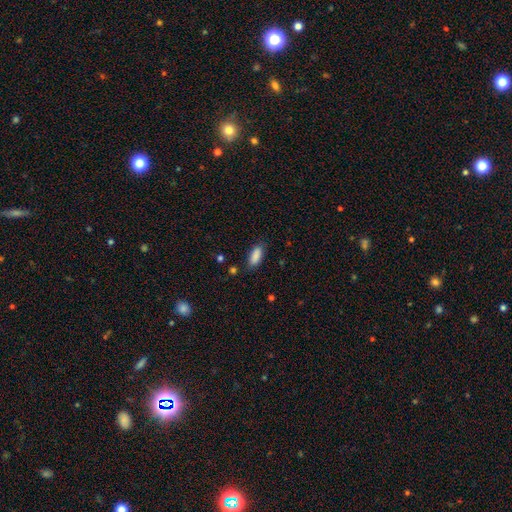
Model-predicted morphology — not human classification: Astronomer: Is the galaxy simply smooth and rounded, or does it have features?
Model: smooth — 89%.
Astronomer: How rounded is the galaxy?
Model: in between — 83%.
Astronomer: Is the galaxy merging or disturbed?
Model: none — 81%.